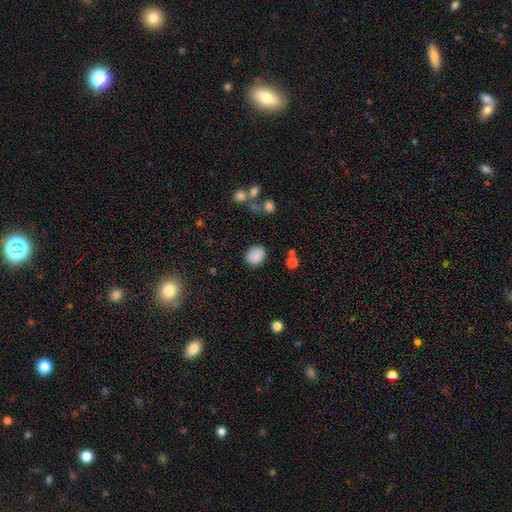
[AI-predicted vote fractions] Q: Smooth or featured?
A: smooth (87%); runner-up: star or artifact (9%)
Q: How rounded?
A: round (54%); runner-up: in between (45%)
Q: Merging?
A: none (83%); runner-up: minor disturbance (11%)